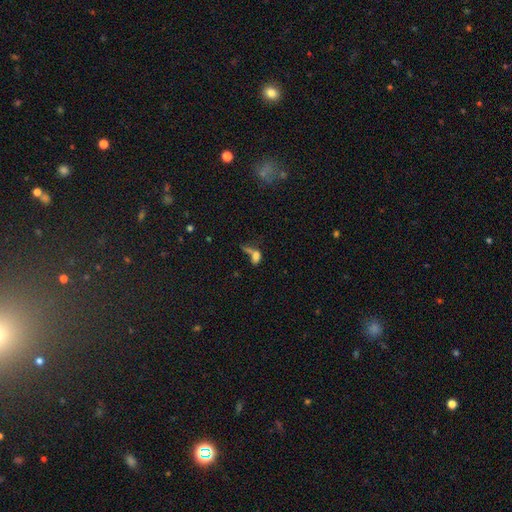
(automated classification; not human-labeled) Smooth or featured? Predicted: smooth (p=0.65). How rounded? Predicted: in between (p=0.71). Merging? Predicted: merger (p=0.41).